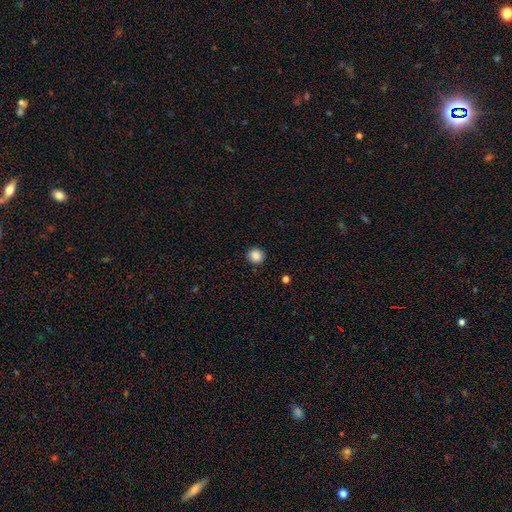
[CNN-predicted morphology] smooth_or_featured: smooth (p=0.87) [alt: star or artifact p=0.10]
how_rounded: round (p=0.89) [alt: in between p=0.10]
merging: none (p=0.91) [alt: minor disturbance p=0.06]